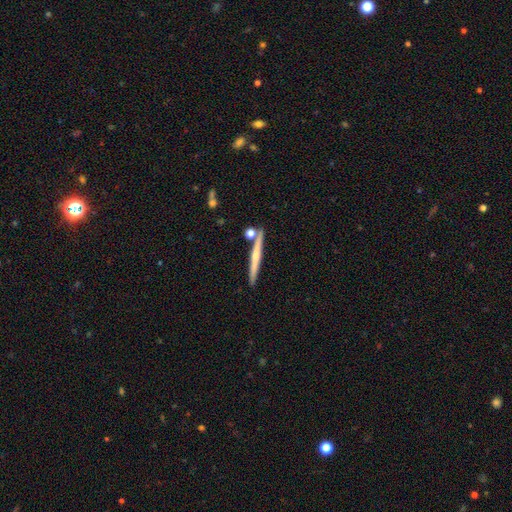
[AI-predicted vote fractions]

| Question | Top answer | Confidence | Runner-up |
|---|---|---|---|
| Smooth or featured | featured or disk | 53% | smooth (40%) |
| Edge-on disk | yes | 97% | no (3%) |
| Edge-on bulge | rounded | 52% | none (40%) |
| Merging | none | 82% | minor disturbance (8%) |